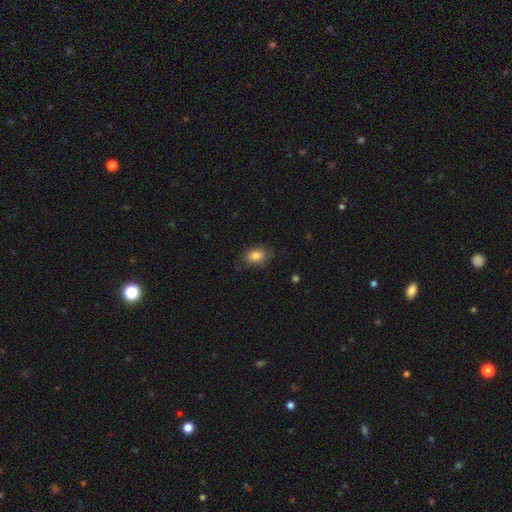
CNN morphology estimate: This is clearly a smooth galaxy (84%). How rounded: likely in between (74%). Merging: likely none (75%).